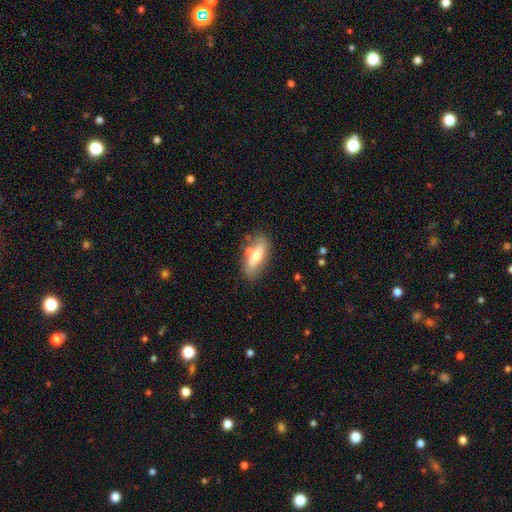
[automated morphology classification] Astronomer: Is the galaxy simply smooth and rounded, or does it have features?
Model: smooth — 52% (runner-up: featured or disk, 41%).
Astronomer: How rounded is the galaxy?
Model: in between — 65%.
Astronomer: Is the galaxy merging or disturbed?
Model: none — 69%.